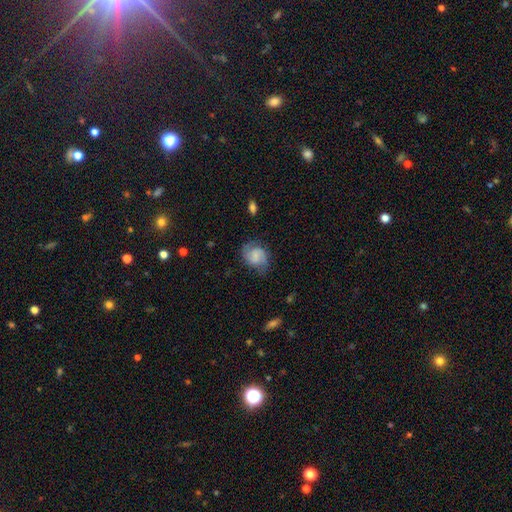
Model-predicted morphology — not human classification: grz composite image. It shows a featured or disk galaxy (49%). Merging: none (63%).